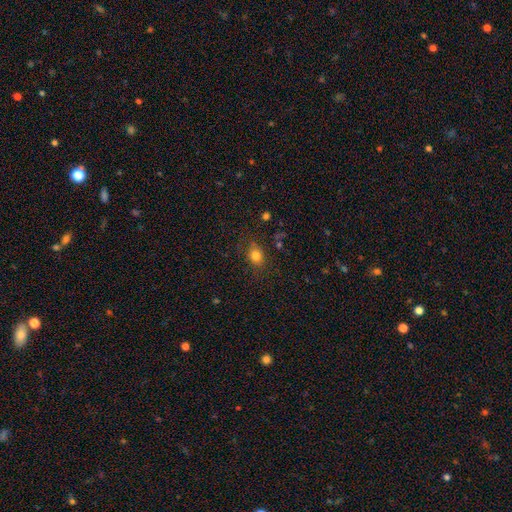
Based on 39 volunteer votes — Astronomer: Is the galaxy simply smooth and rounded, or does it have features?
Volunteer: smooth — 87%.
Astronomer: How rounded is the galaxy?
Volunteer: in between — 71%.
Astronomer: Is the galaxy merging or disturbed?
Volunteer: none — 51% (runner-up: minor disturbance, 32%).